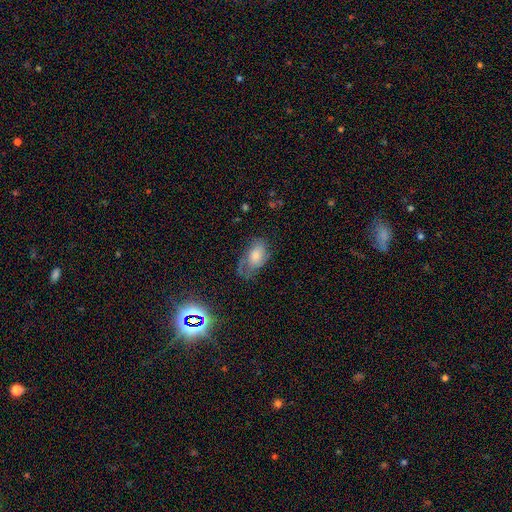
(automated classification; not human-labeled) Overall: smooth (60%; featured or disk 31%). How rounded: in between (91%). Merging: none (42%; minor disturbance 31%).